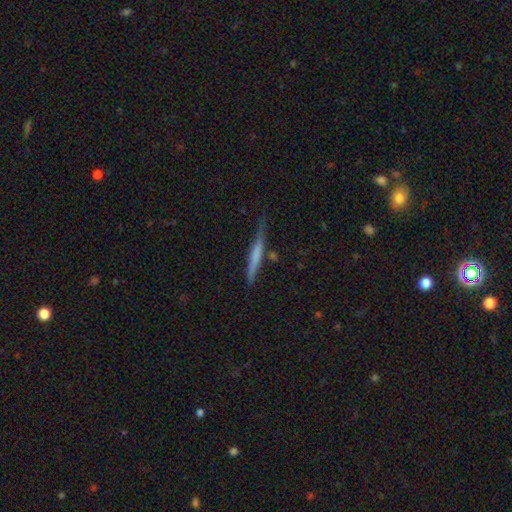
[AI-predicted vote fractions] Smooth or featured? Predicted: smooth (p=0.50). How rounded? Predicted: cigar-shaped (p=0.95). Merging? Predicted: none (p=0.68).